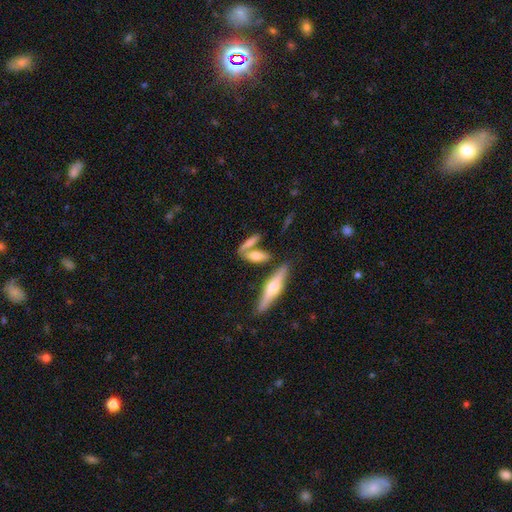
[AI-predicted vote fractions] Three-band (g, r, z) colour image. It shows a smooth galaxy with no disk features (55%) that is in between round and cigar-shaped (49%). Merging: none (61%).